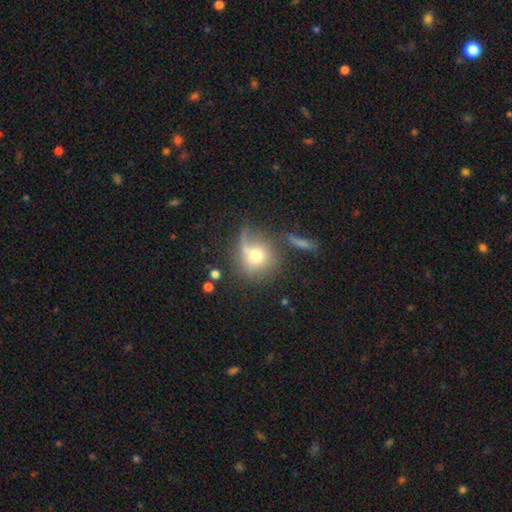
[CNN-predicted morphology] The model was most divided on "merging": none: 48%, minor disturbance: 19%, major disturbance: 17%, merger: 15%. More confident: how rounded — round (84%); smooth or featured — smooth (65%).